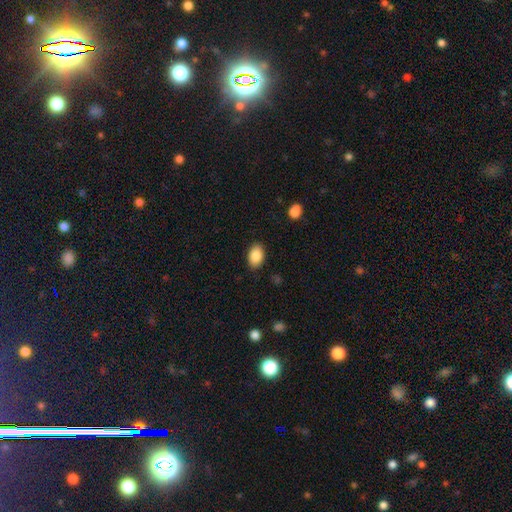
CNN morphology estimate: This is clearly a smooth galaxy (88%). How rounded: clearly in between (88%). Merging: clearly none (86%).